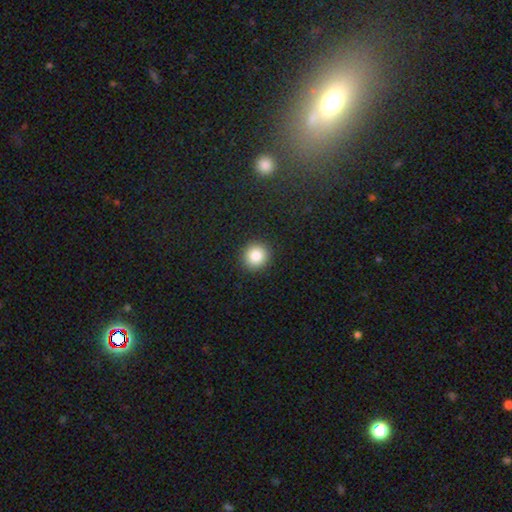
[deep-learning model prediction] smooth-or-featured: smooth: 86% | star or artifact: 10% | featured or disk: 5%
  how-rounded: round: 93% | in between: 6% | cigar-shaped: 1%
  merging: none: 92% | minor disturbance: 5% | major disturbance: 2% | merger: 1%